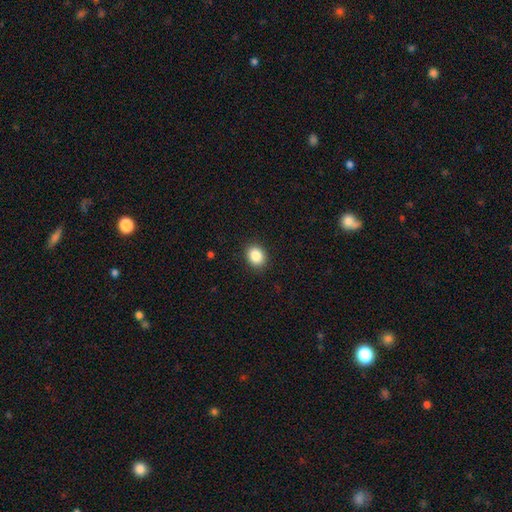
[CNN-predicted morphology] A smooth galaxy with no disk features (87%) that is round (50%, tied with in between). Merging: none (90%).